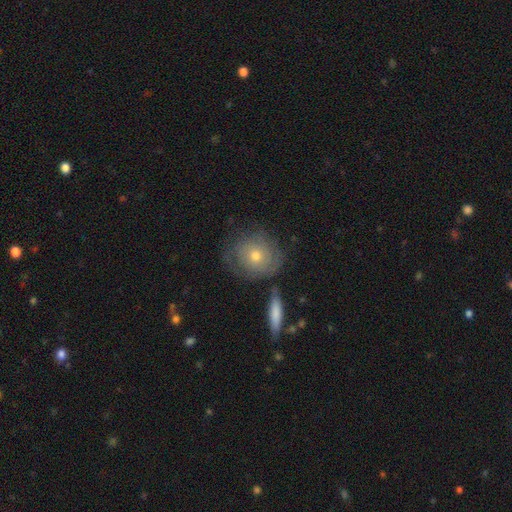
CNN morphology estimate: A featured or disk galaxy (47%). Merging: none (69%).